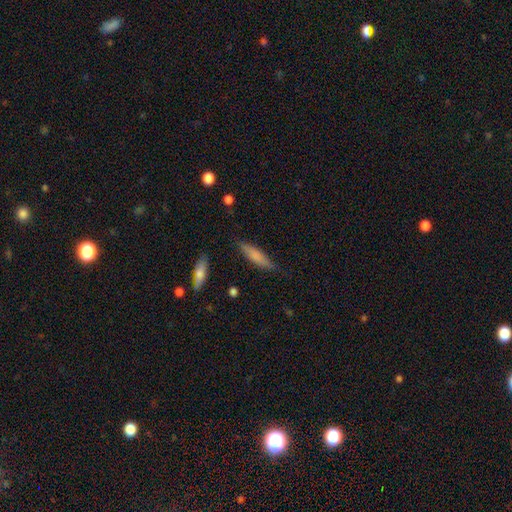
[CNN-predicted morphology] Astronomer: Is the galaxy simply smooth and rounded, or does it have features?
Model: smooth — 73%.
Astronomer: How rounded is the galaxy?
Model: cigar-shaped — 74%.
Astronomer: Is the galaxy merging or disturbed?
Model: none — 80%.